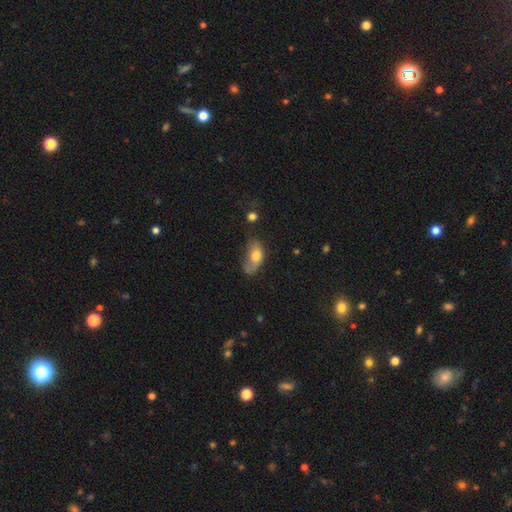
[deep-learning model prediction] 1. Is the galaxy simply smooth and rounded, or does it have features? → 68% smooth, 23% featured or disk, 9% star or artifact.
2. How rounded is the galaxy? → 86% in between, 10% round, 4% cigar-shaped.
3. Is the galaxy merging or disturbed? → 31% minor disturbance (tied), 31% major disturbance (tied), 29% none, 9% merger.